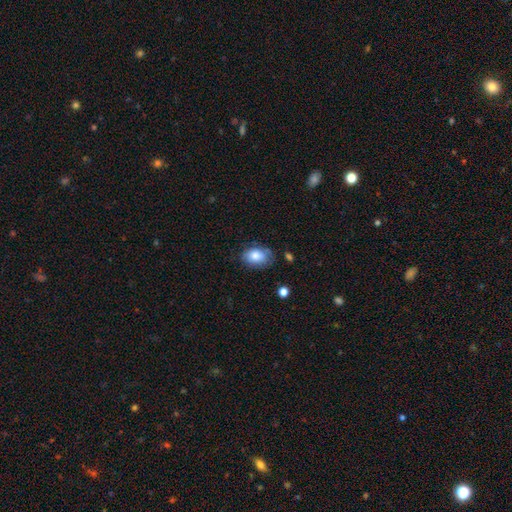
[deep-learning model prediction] This appears to be a smooth galaxy with no disk features (75%) that is in between round and cigar-shaped (80%). Merging: none (66%).